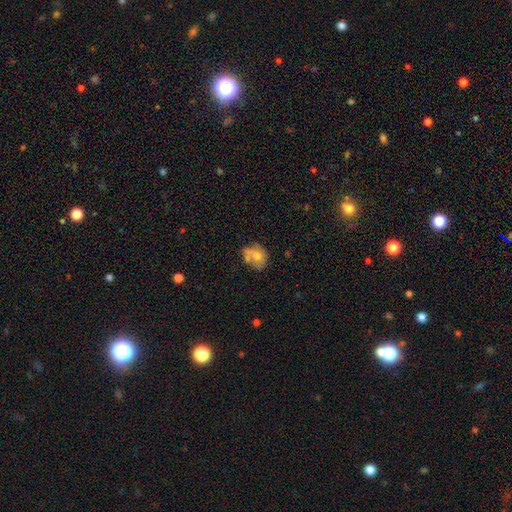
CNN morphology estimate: type=smooth (58%); roundness=round (54%); merging=none (42%).